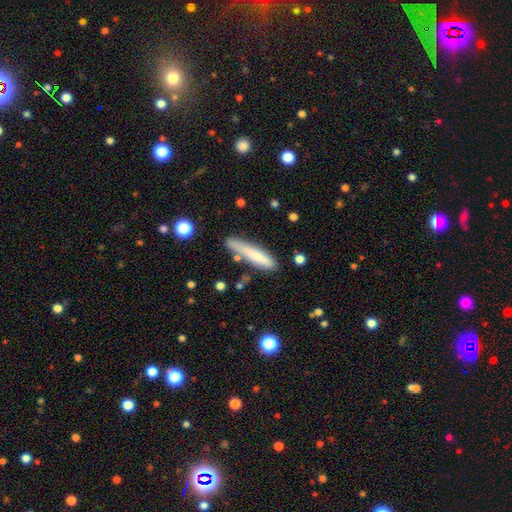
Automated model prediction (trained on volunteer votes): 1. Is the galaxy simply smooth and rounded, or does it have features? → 71% smooth, 22% featured or disk, 7% star or artifact.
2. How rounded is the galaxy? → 87% cigar-shaped, 12% in between, 1% round.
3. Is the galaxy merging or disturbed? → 66% none, 21% minor disturbance, 7% merger, 6% major disturbance.